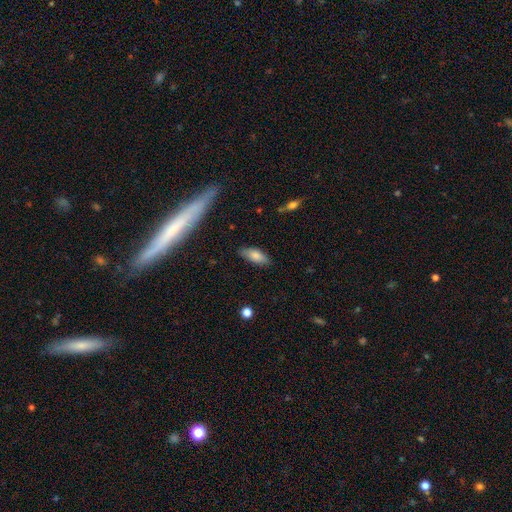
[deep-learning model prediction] Smooth or featured? smooth (80%)
How rounded? in between (77%)
Merging? none (83%)